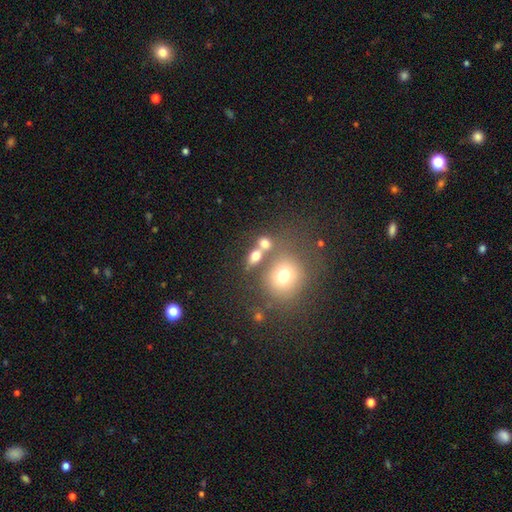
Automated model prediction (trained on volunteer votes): Smooth or featured: smooth — 68% (featured or disk — 17%)
How rounded: in between — 57% (round — 37%)
Merging: none — 52% (merger — 31%)